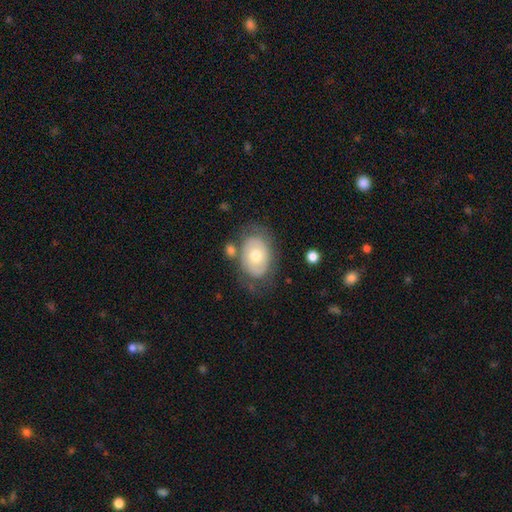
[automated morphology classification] smooth 53%, featured or disk 40%, star or artifact 7%. Down the decision tree: how rounded — in between (74%); merging — none (63%).